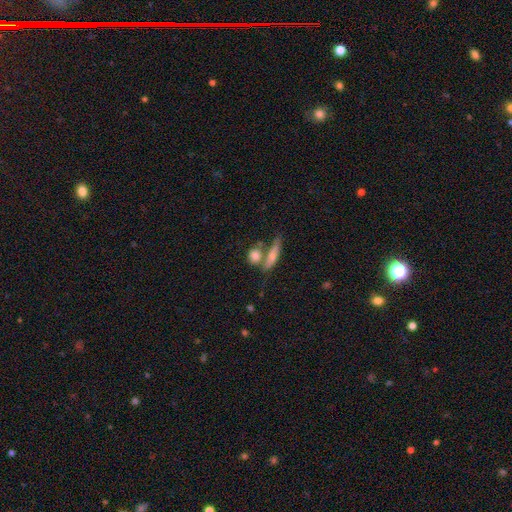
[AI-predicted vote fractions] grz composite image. It shows a smooth galaxy with no disk features (78%) that is round (52%). Merging: none (51%).